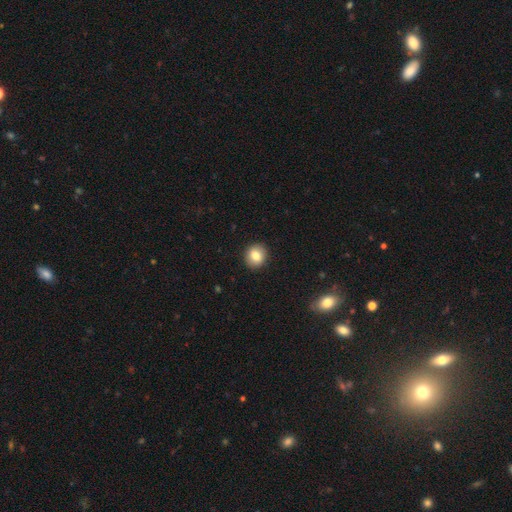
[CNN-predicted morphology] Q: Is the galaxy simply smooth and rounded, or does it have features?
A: smooth — 81%.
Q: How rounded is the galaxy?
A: round — 82%.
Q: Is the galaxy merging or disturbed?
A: none — 91%.